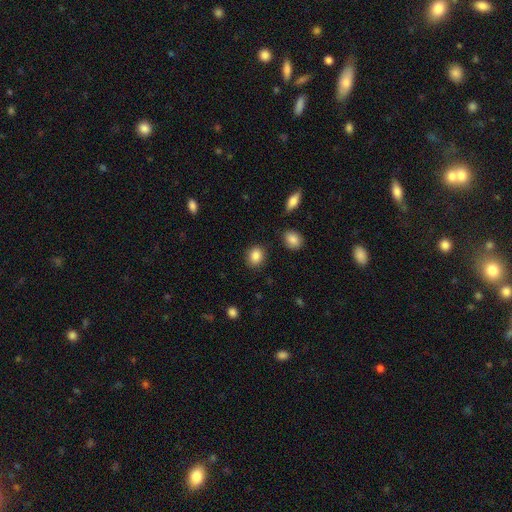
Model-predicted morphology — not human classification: type=smooth (86%); roundness=round (63%); merging=none (88%).